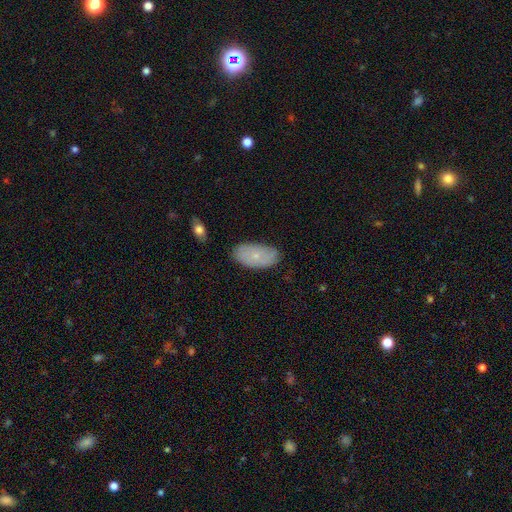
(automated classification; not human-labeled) Smooth or featured?
  - smooth: 66% *
  - featured or disk: 27%
  - star or artifact: 7%
How rounded?
  - in between: 93% *
  - round: 4%
  - cigar-shaped: 3%
Merging?
  - none: 76% *
  - minor disturbance: 20%
  - major disturbance: 3%
  - merger: 1%